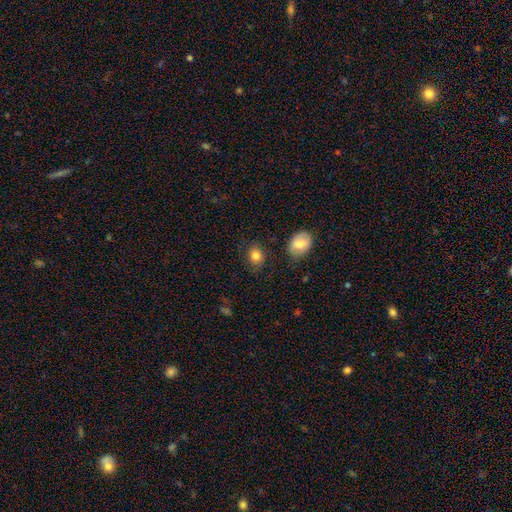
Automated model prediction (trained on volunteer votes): Smooth or featured: smooth — 82% (star or artifact — 10%)
How rounded: in between — 53% (round — 46%)
Merging: none — 80% (minor disturbance — 14%)